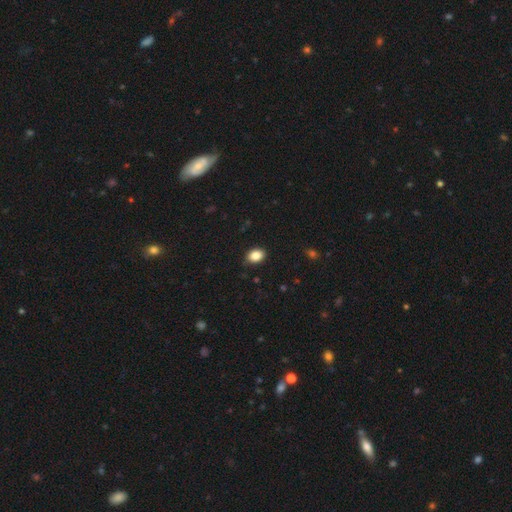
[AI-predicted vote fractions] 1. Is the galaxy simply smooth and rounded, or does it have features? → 86% smooth, 9% star or artifact, 5% featured or disk.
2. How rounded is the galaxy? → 74% in between, 25% round, 1% cigar-shaped.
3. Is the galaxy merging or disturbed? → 86% none, 11% minor disturbance, 2% major disturbance, 1% merger.